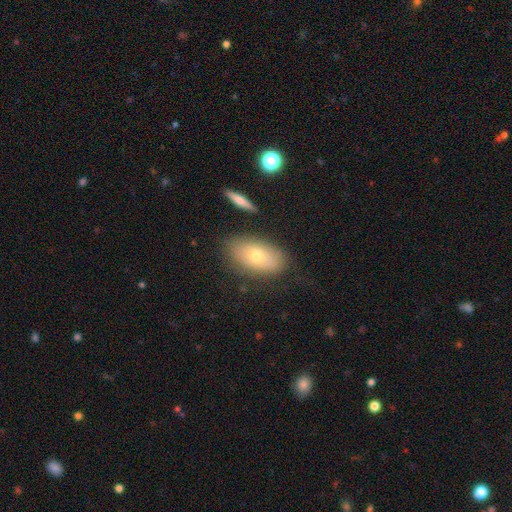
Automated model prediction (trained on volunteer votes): smooth_or_featured: smooth (p=0.66) [alt: featured or disk p=0.25]
how_rounded: in between (p=0.91) [alt: round p=0.07]
merging: none (p=0.80) [alt: minor disturbance p=0.13]